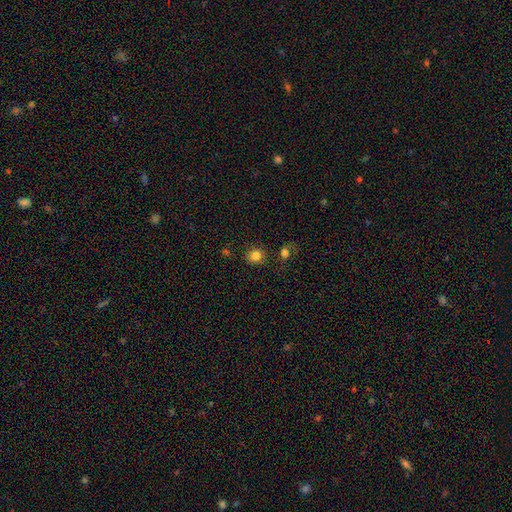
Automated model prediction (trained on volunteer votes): Morphology: type=smooth (83%); roundness=round (82%); merging=none (80%).